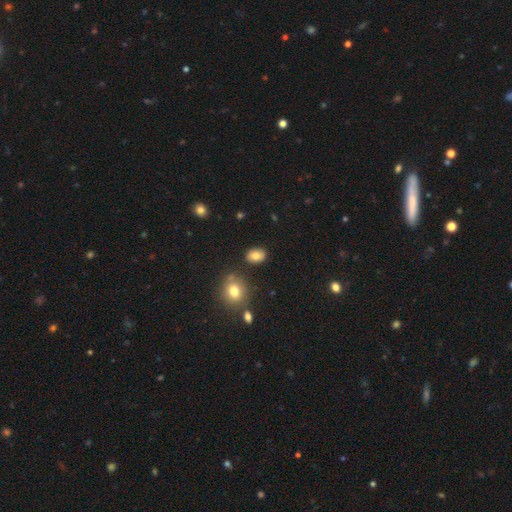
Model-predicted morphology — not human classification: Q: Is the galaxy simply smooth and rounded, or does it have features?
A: smooth — 80%.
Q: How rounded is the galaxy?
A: in between — 75%.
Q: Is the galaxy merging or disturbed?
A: none — 84%.